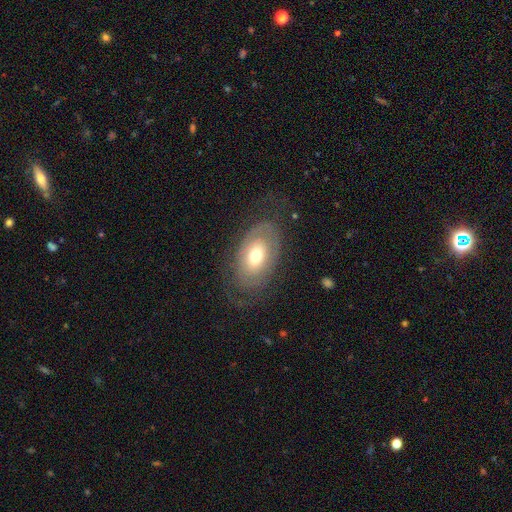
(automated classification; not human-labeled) Smooth or featured? featured or disk (50%)
Edge-on disk? no (91%)
Merging? none (65%)